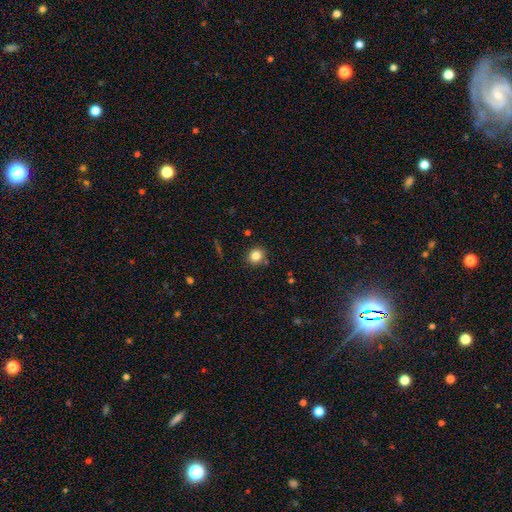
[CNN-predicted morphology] Smooth or featured? smooth (82%)
How rounded? round (81%)
Merging? none (86%)